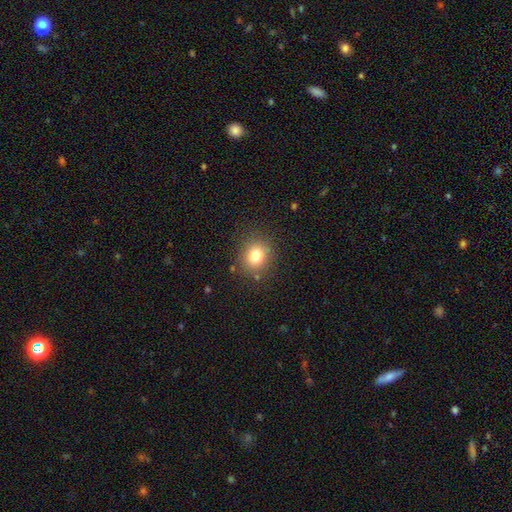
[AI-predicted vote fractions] smooth-or-featured: smooth: 79% | star or artifact: 13% | featured or disk: 8%
  how-rounded: round: 74% | in between: 25% | cigar-shaped: 1%
  merging: none: 85% | minor disturbance: 10% | major disturbance: 4% | merger: 2%